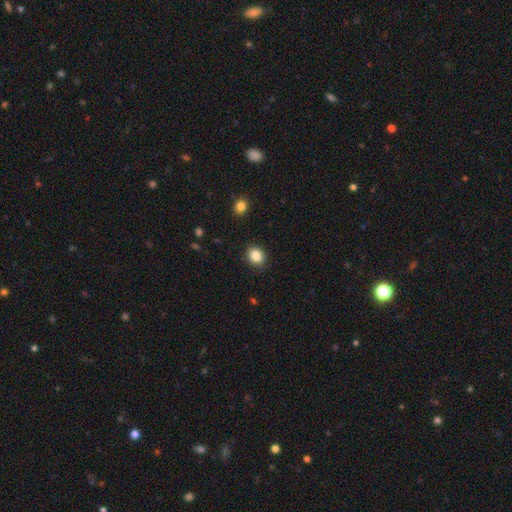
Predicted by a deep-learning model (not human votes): This is clearly a smooth galaxy (85%). How rounded: likely round (62%). Merging: clearly none (89%).